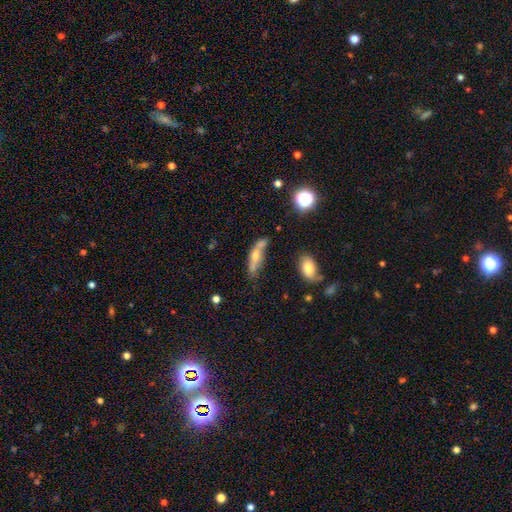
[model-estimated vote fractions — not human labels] A smooth galaxy with no disk features (45%). Merging: none (45%).